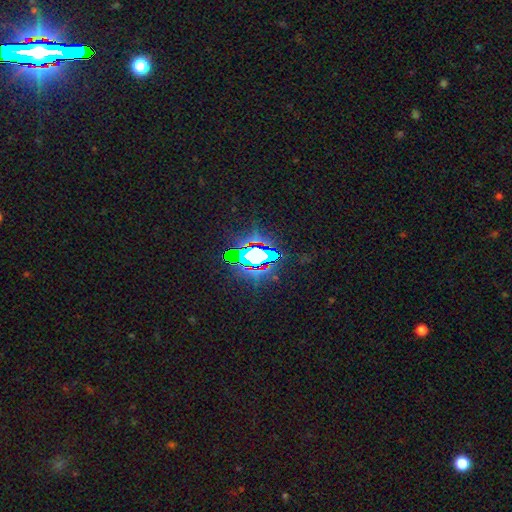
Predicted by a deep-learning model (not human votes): This appears to be a star or artifact, not a galaxy (69%).